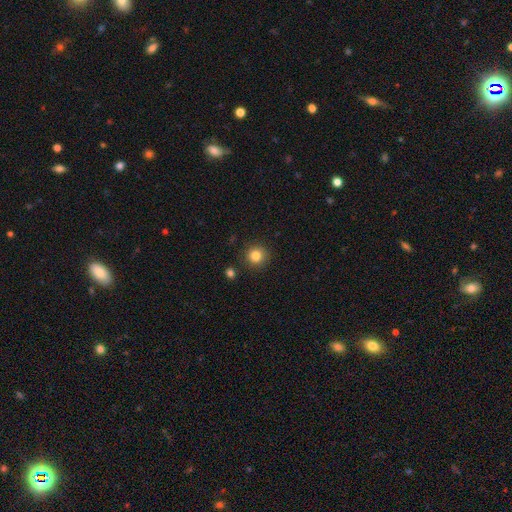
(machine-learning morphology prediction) Overall: smooth (84%). How rounded: round (94%). Merging: none (89%).